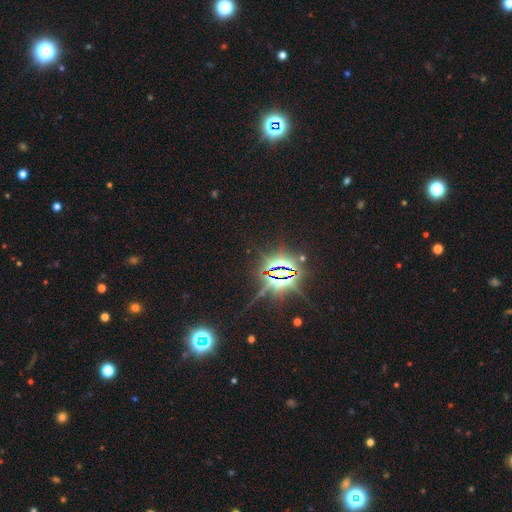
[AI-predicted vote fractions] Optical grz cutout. It shows a star or artifact, not a galaxy (84%).